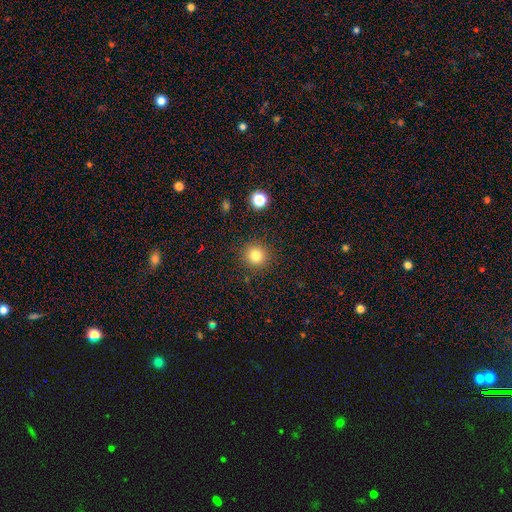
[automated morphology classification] A smooth galaxy with no disk features (81%) that is round (93%). Merging: none (90%).